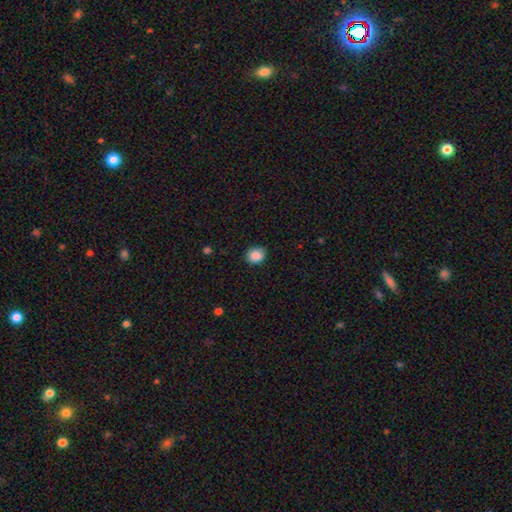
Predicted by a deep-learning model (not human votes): Smooth or featured? smooth (88%)
How rounded? round (63%)
Merging? none (87%)